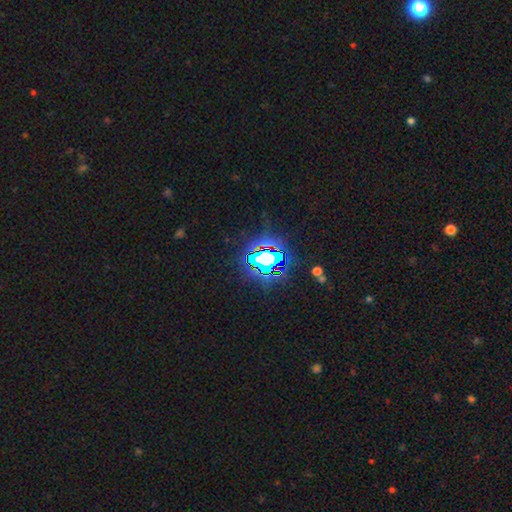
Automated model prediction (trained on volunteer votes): smooth_or_featured: star or artifact (p=0.82) [alt: smooth p=0.10]